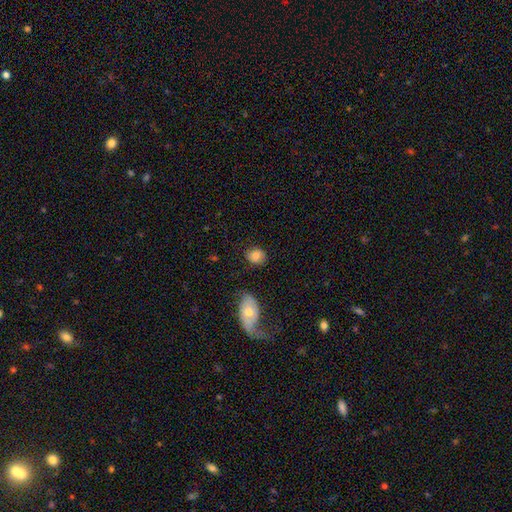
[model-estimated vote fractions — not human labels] This is likely a smooth galaxy (78%). How rounded: possibly round (58%). Merging: likely none (78%).